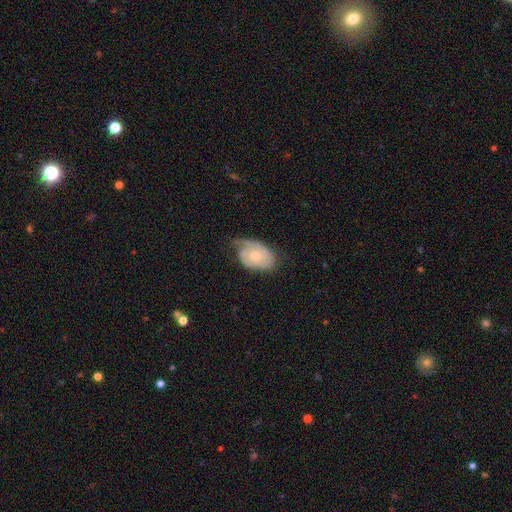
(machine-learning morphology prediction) A featured or disk galaxy (63%) with no bar (75%), spiral arms (83%) and a moderate central bulge (56%).

Vote fractions:
- Smooth or featured? featured or disk: 63% / smooth: 31% / star or artifact: 6%
- Edge-on disk? no: 95% / yes: 5%
- Bar? no: 75% / weak: 22% / strong: 3%
- Spiral arms? yes: 83% / no: 17%
- Bulge size? moderate: 56% / small: 38% / large: 3% / none: 2% / dominant: 1%
- Merging? none: 47% / minor disturbance: 36% / major disturbance: 16% / merger: 2%